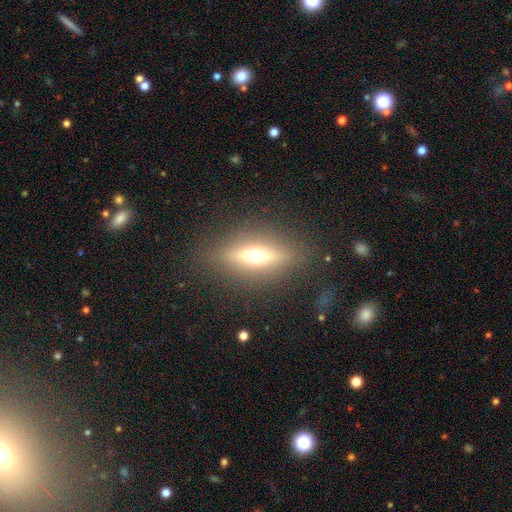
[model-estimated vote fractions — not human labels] Smooth or featured? featured or disk (60%)
Edge-on disk? yes (87%)
Edge-on bulge? rounded (94%)
Merging? none (85%)